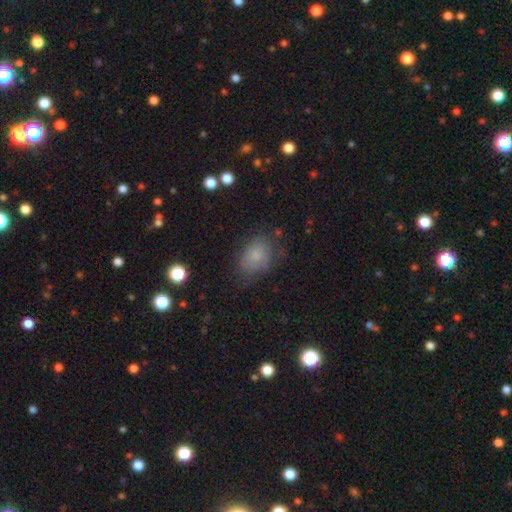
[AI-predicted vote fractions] This is likely a smooth galaxy (75%). How rounded: likely in between (75%). Merging: likely none (64%).